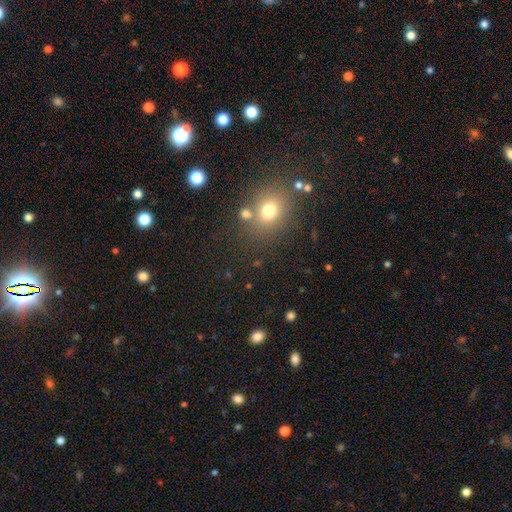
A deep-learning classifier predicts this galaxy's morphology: This appears to be a smooth galaxy with no disk features (51%) that is round (80%). Merging: none (79%).